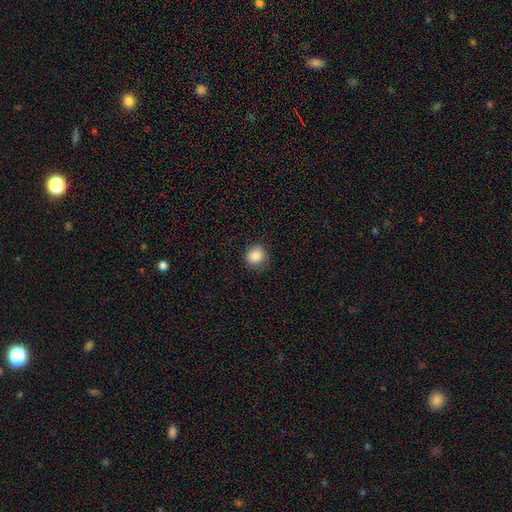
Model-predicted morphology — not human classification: Smooth or featured?
  - smooth: 86% *
  - star or artifact: 9%
  - featured or disk: 4%
How rounded?
  - round: 89% *
  - in between: 11%
  - cigar-shaped: 1%
Merging?
  - none: 84% *
  - minor disturbance: 12%
  - major disturbance: 3%
  - merger: 1%